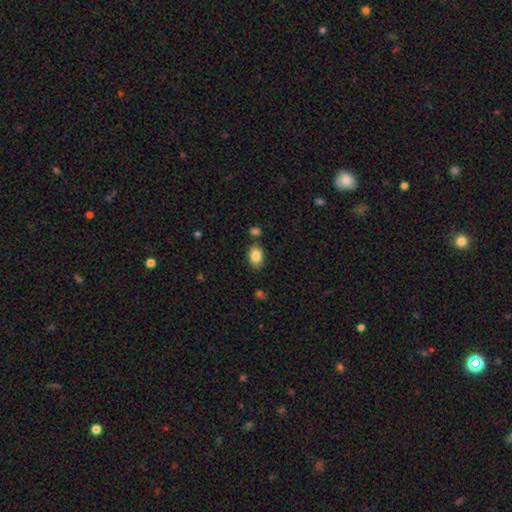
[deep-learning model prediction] The model was most divided on "merging": none: 78%, minor disturbance: 13%, merger: 6%, major disturbance: 3%. More confident: how rounded — in between (87%); smooth or featured — smooth (86%).